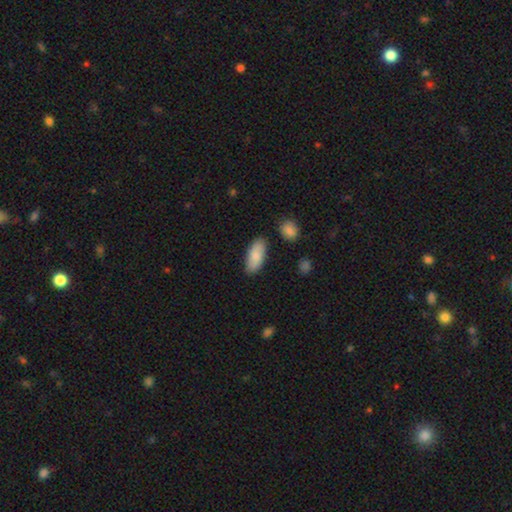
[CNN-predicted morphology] A smooth galaxy with no disk features (84%) that is in between round and cigar-shaped (86%). Merging: none (82%).